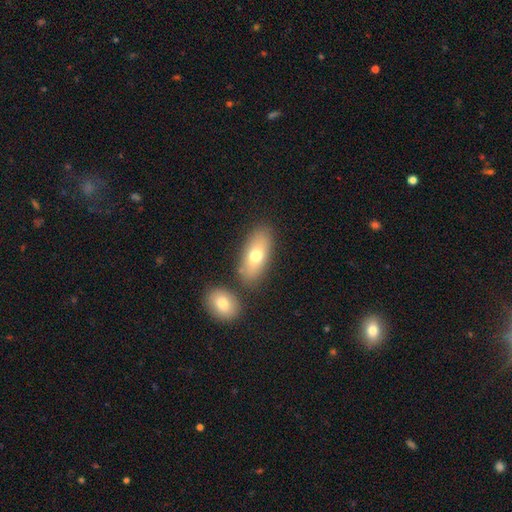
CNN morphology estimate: smooth_or_featured: smooth (p=0.71) [alt: featured or disk p=0.20]
how_rounded: in between (p=0.86) [alt: cigar-shaped p=0.08]
merging: none (p=0.72) [alt: merger p=0.14]